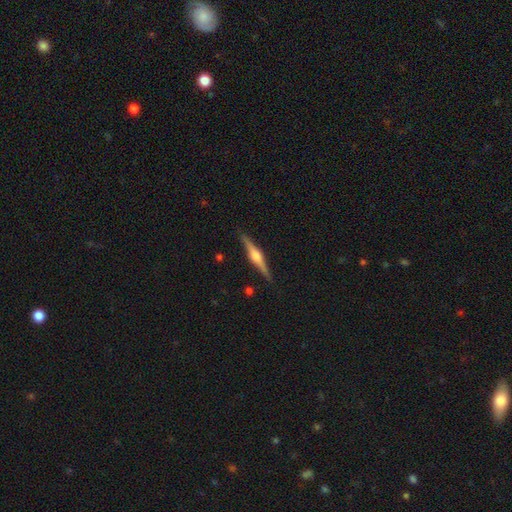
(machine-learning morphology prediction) Smooth or featured? featured or disk (80%)
Edge-on disk? yes (98%)
Edge-on bulge? rounded (85%)
Merging? none (90%)